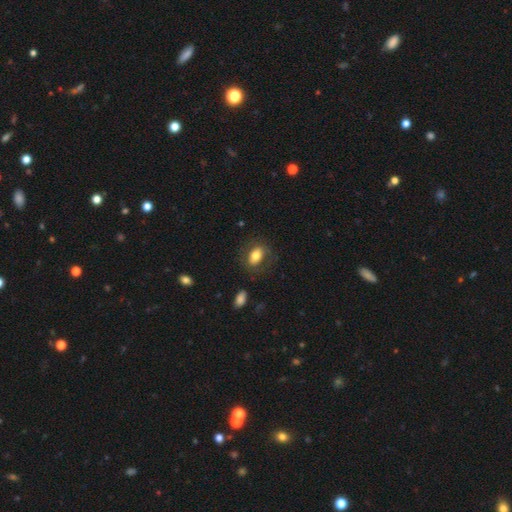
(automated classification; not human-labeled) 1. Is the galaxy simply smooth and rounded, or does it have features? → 73% smooth, 19% featured or disk, 8% star or artifact.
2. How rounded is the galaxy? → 81% in between, 16% round, 3% cigar-shaped.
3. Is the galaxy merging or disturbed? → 76% none, 14% minor disturbance, 8% major disturbance, 2% merger.